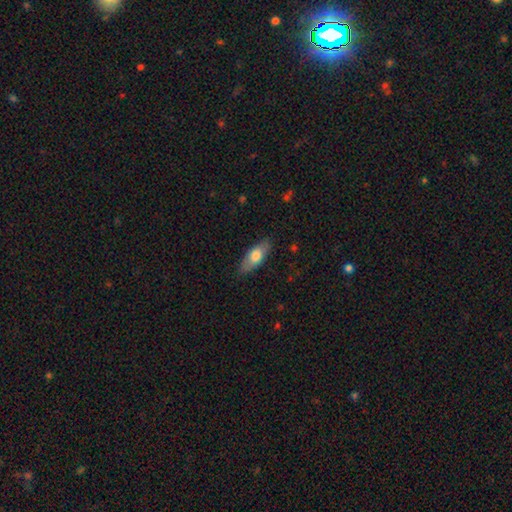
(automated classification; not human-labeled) smooth 70%, featured or disk 24%, star or artifact 6%. Down the decision tree: how rounded — in between (77%); merging — none (84%).